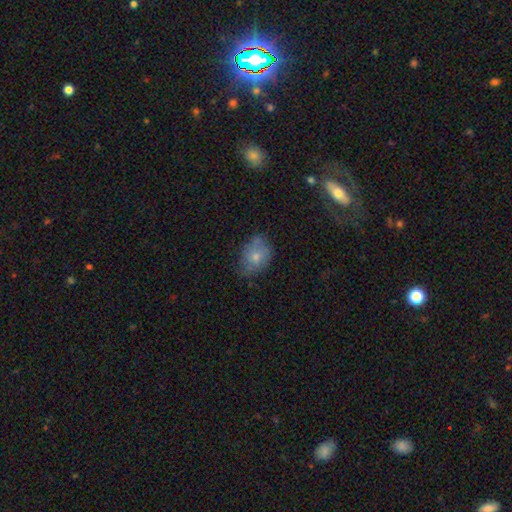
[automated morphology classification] A smooth galaxy with no disk features (66%) that is in between round and cigar-shaped (69%). Merging: none (59%).